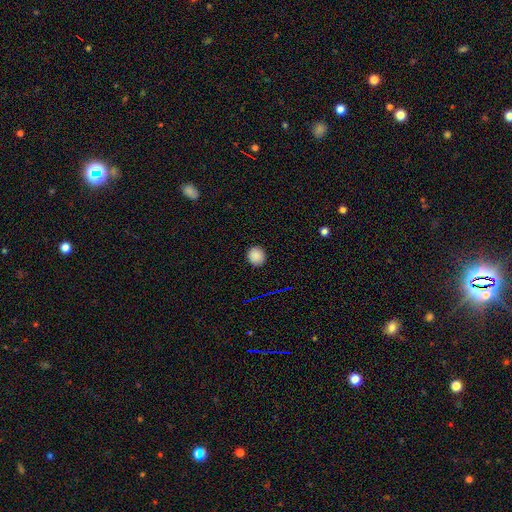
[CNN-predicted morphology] smooth 87%, star or artifact 10%, featured or disk 3%. Down the decision tree: how rounded — round (89%); merging — none (91%).